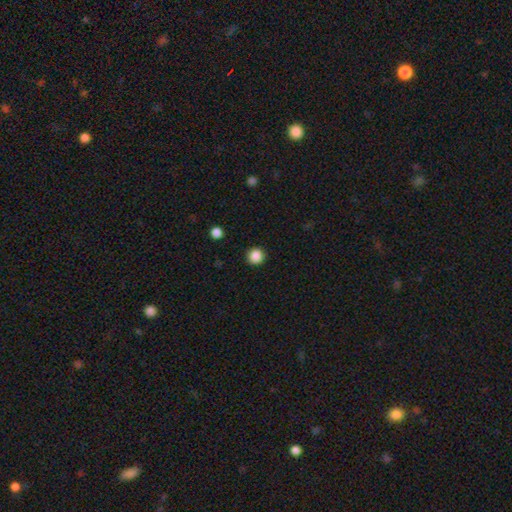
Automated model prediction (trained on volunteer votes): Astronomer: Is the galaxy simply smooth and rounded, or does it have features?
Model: smooth — 87%.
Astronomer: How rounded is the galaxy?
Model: round — 94%.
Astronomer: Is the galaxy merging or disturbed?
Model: none — 92%.